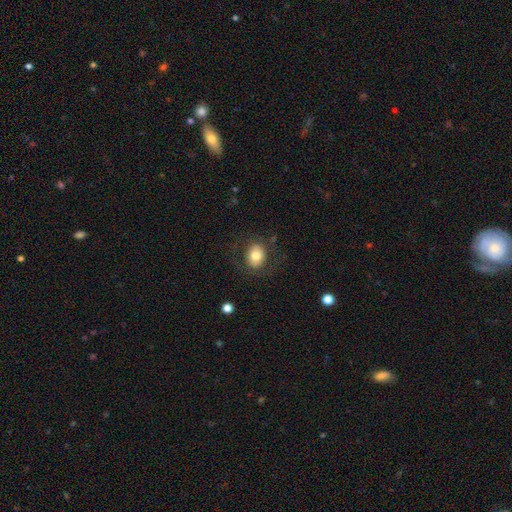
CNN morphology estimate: smooth 76%, featured or disk 15%, star or artifact 8%. Down the decision tree: how rounded — in between (53%); merging — none (78%).